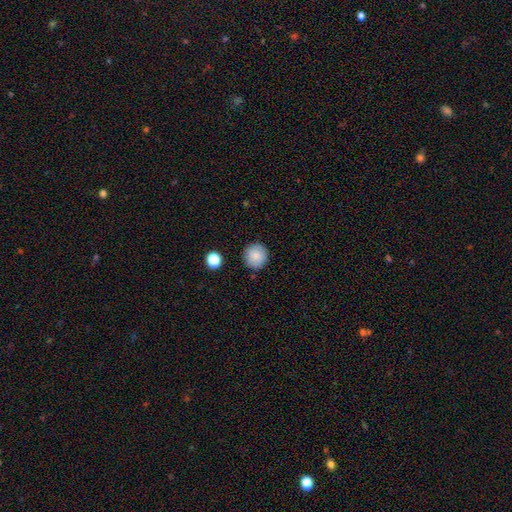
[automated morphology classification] type=smooth (86%); roundness=round (93%); merging=none (88%).